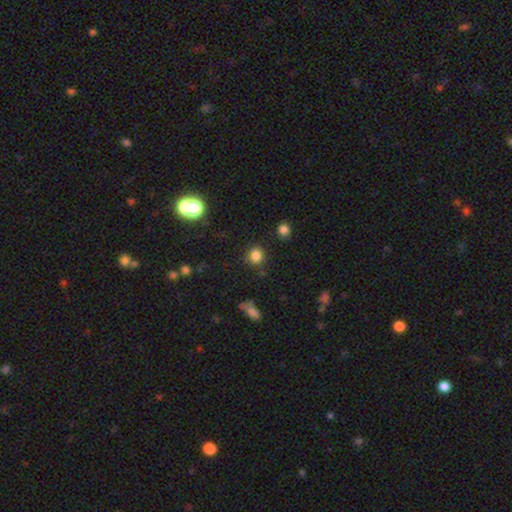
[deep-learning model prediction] smooth-or-featured: smooth: 81% | star or artifact: 14% | featured or disk: 5%
  how-rounded: round: 88% | in between: 11% | cigar-shaped: 1%
  merging: none: 85% | minor disturbance: 9% | major disturbance: 3% | merger: 3%